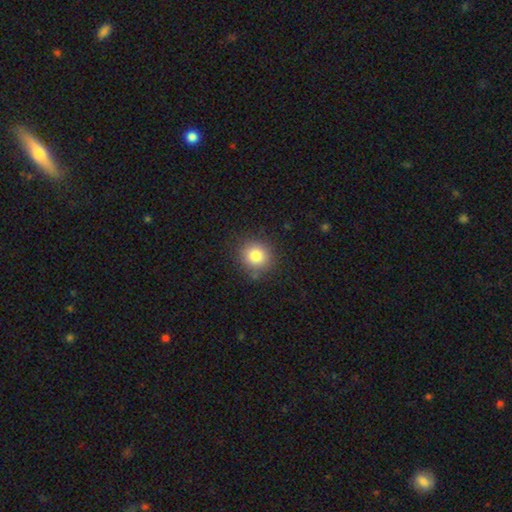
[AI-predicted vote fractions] Smooth or featured? Predicted: smooth (p=0.83). How rounded? Predicted: round (p=0.87). Merging? Predicted: none (p=0.85).